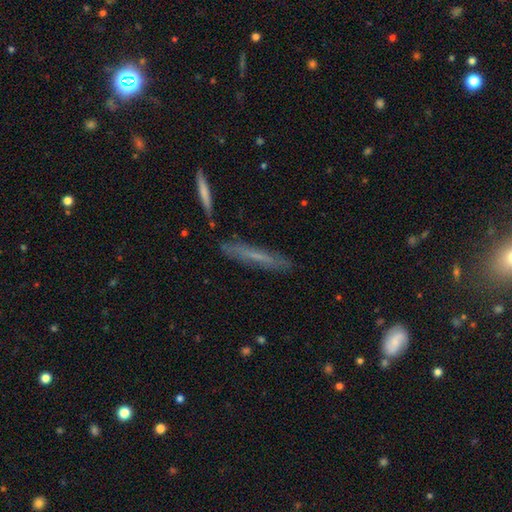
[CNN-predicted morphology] smooth_or_featured: smooth (p=0.52) [alt: featured or disk p=0.38]
how_rounded: cigar-shaped (p=0.93) [alt: in between p=0.05]
merging: none (p=0.82) [alt: minor disturbance p=0.12]